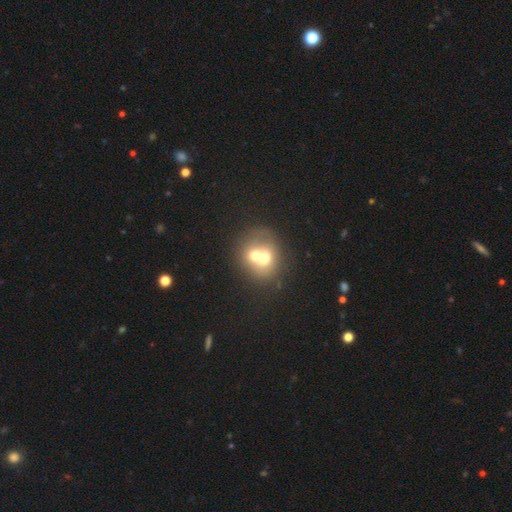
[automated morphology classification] Smooth or featured?
  - smooth: 61% *
  - featured or disk: 27%
  - star or artifact: 12%
How rounded?
  - round: 72% *
  - in between: 27%
  - cigar-shaped: 1%
Merging?
  - merger: 68% *
  - none: 24%
  - minor disturbance: 5%
  - major disturbance: 3%